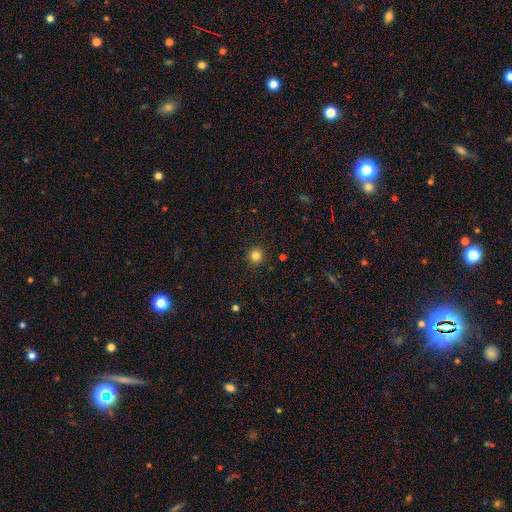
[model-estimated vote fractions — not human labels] Smooth or featured?
  - smooth: 83% *
  - star or artifact: 13%
  - featured or disk: 5%
How rounded?
  - round: 93% *
  - in between: 6%
  - cigar-shaped: 1%
Merging?
  - none: 91% *
  - minor disturbance: 6%
  - major disturbance: 2%
  - merger: 1%